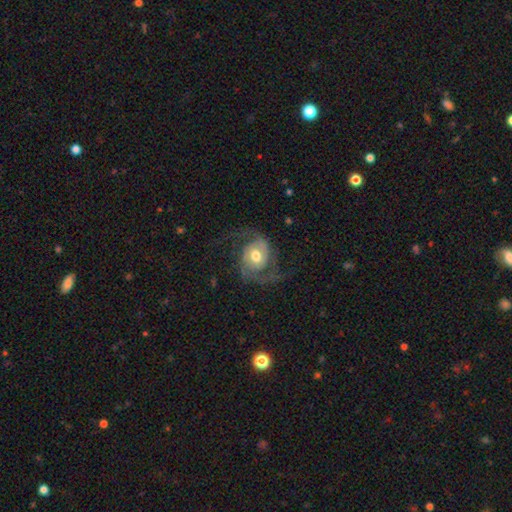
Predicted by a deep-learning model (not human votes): This is clearly a featured or disk galaxy (86%). It is clearly not viewed edge-on (98%). Bar: likely no (61%). Spiral arm pattern: clearly yes (96%). Spiral arm count: clearly 2 (87%). Spiral winding: marginally medium (44%). Central bulge: likely moderate (73%). Merging: likely none (64%).